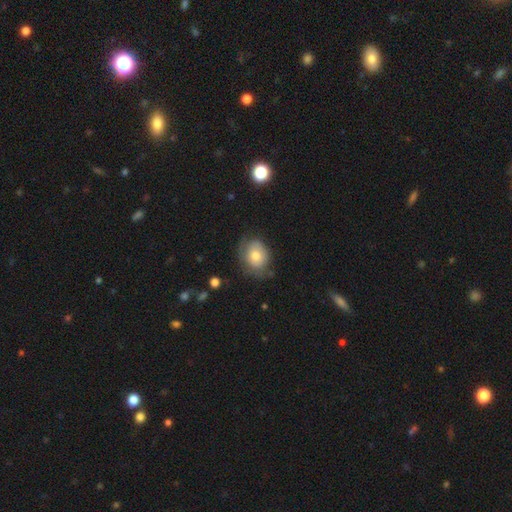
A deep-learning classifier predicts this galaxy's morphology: Smooth or featured: smooth — 67% (featured or disk — 25%)
How rounded: in between — 51% (round — 48%)
Merging: none — 61% (minor disturbance — 28%)